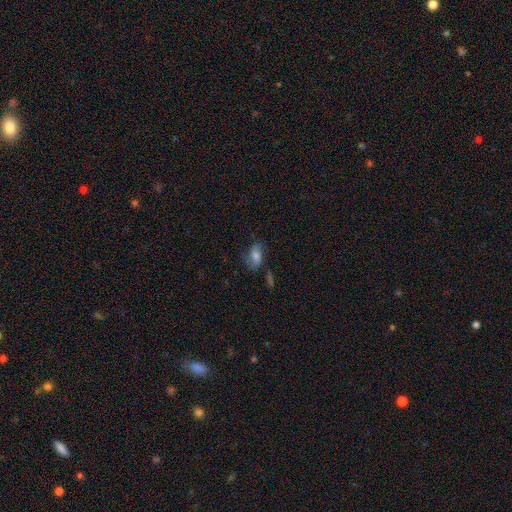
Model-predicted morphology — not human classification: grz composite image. It shows a smooth galaxy with no disk features (51%) that is in between round and cigar-shaped (84%). Merging: none (60%).